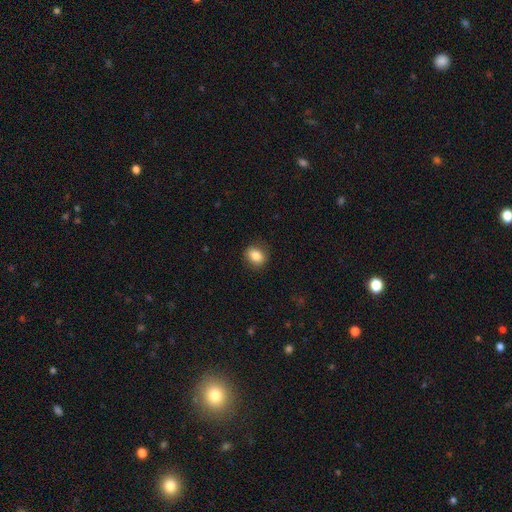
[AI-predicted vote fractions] Morphology: type=smooth (83%); roundness=round (52%); merging=none (84%).